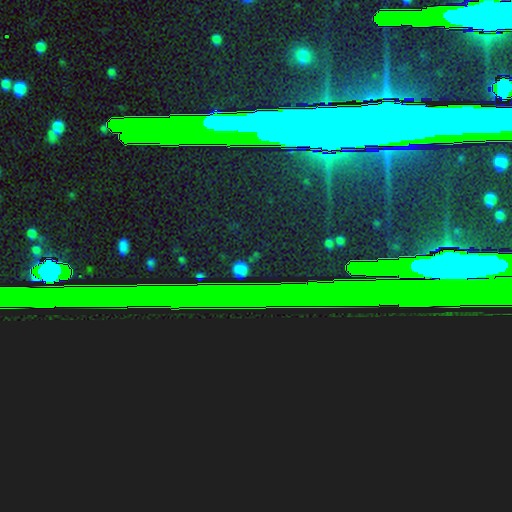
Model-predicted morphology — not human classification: Overall: star or artifact (83%).